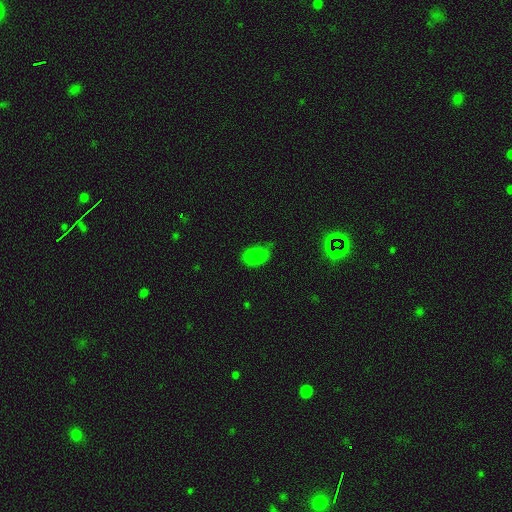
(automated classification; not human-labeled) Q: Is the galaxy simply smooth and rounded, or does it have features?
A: smooth — 79%.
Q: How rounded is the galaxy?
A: in between — 87%.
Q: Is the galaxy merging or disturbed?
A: none — 55%.